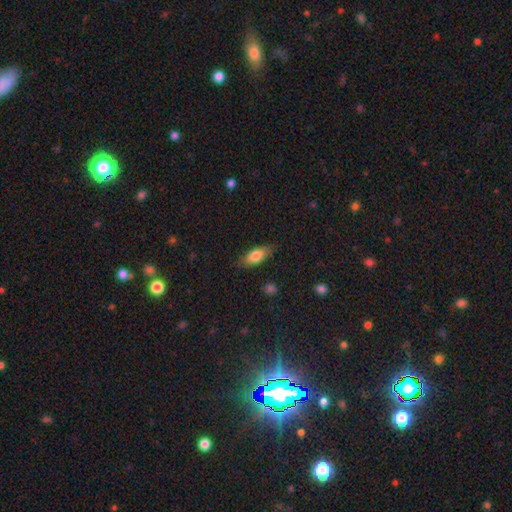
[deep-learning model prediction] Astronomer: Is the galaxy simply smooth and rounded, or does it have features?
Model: smooth — 78%.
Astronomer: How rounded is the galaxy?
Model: in between — 73%.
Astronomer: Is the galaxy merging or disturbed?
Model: none — 81%.